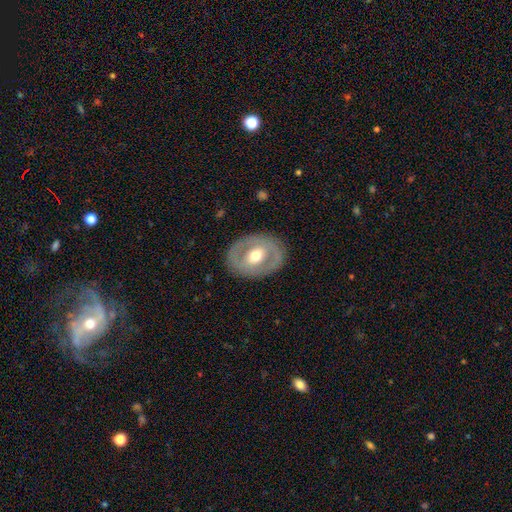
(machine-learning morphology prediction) smooth_or_featured: featured or disk (p=0.63) [alt: smooth p=0.32]
disk_edge_on: no (p=0.94) [alt: yes p=0.06]
bar: no (p=0.48) [alt: weak p=0.33]
has_spiral_arms: no (p=0.73) [alt: yes p=0.27]
bulge_size: moderate (p=0.74) [alt: large p=0.13]
merging: none (p=0.84) [alt: minor disturbance p=0.11]